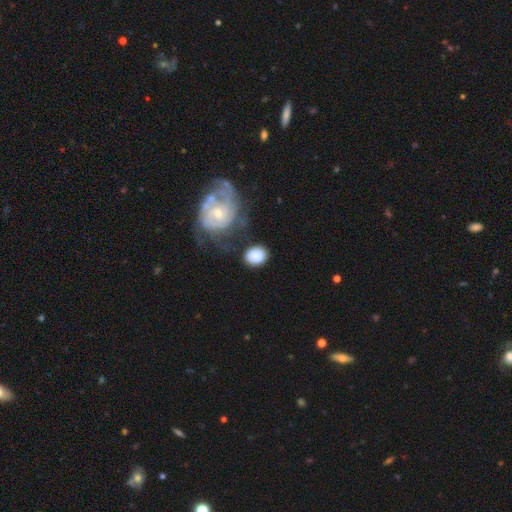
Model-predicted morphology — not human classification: Smooth or featured? smooth (77%)
How rounded? round (51%)
Merging? none (61%)